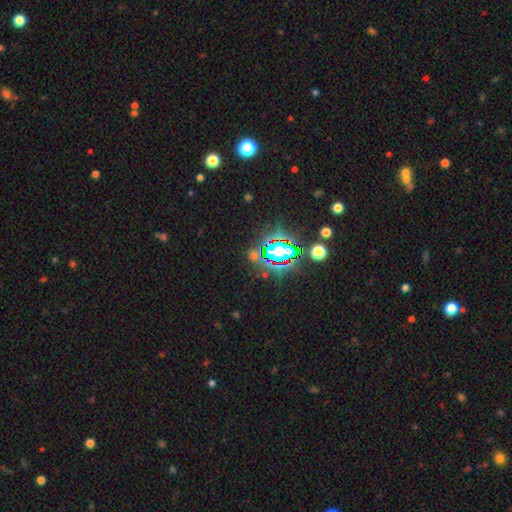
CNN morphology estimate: smooth-or-featured: star or artifact: 75% | smooth: 17% | featured or disk: 9%